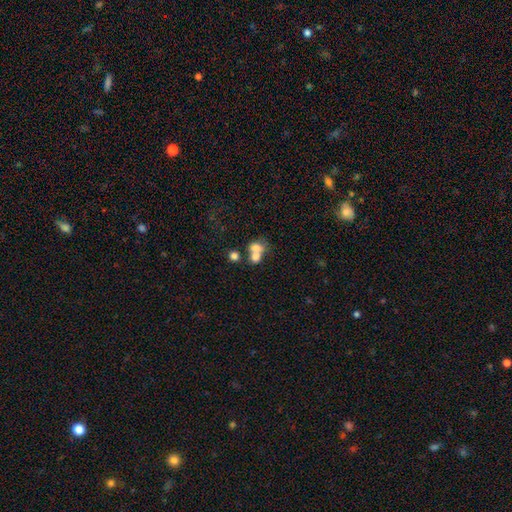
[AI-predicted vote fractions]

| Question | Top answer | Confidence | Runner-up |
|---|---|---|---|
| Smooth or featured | smooth | 69% | featured or disk (19%) |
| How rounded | in between | 50% | round (49%) |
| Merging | merger | 65% | none (22%) |